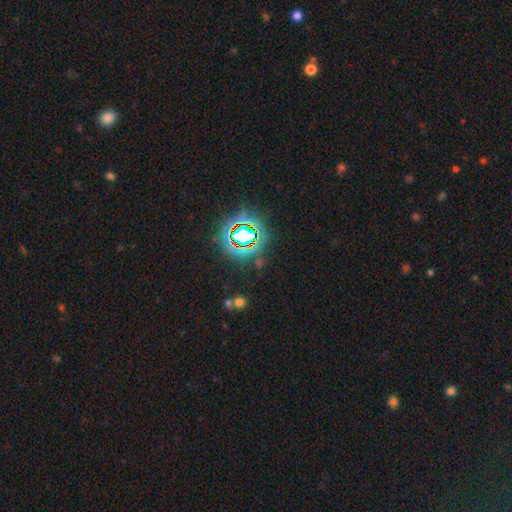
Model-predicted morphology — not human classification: Smooth or featured? Predicted: star or artifact (p=0.78).